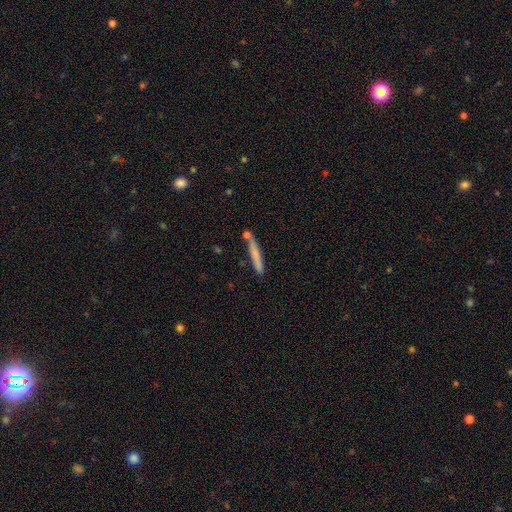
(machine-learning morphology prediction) Q: Smooth or featured?
A: smooth (68%); runner-up: featured or disk (25%)
Q: How rounded?
A: cigar-shaped (94%); runner-up: in between (4%)
Q: Merging?
A: none (72%); runner-up: minor disturbance (13%)